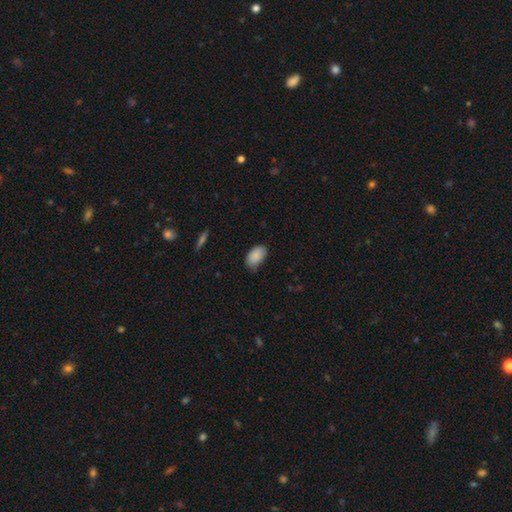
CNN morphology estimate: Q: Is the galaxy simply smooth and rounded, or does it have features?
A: smooth — 88%.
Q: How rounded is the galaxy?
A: in between — 92%.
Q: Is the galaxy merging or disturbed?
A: none — 68%.